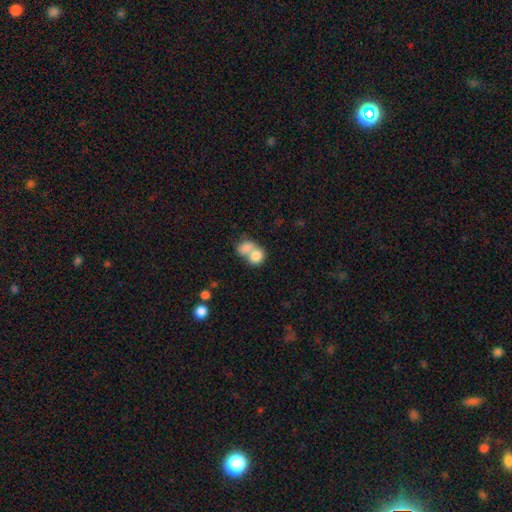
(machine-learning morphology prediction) smooth-or-featured: smooth: 80% | featured or disk: 12% | star or artifact: 8%
  how-rounded: round: 52% | in between: 46% | cigar-shaped: 1%
  merging: merger: 67% | none: 23% | minor disturbance: 6% | major disturbance: 4%